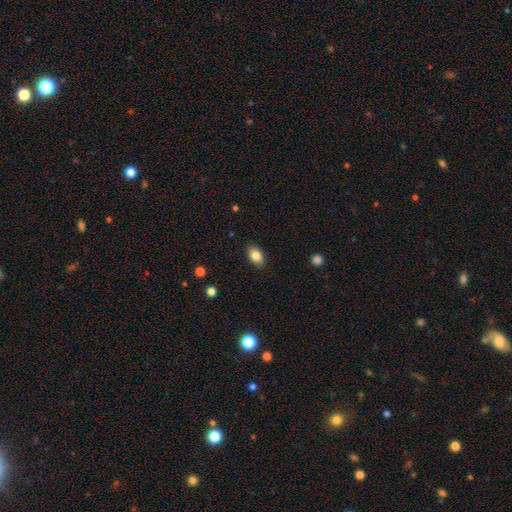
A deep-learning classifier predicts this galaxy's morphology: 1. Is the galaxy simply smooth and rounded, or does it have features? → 84% smooth, 8% star or artifact, 7% featured or disk.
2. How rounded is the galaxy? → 85% in between, 13% round, 1% cigar-shaped.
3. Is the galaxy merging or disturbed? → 88% none, 9% minor disturbance, 2% major disturbance, 1% merger.